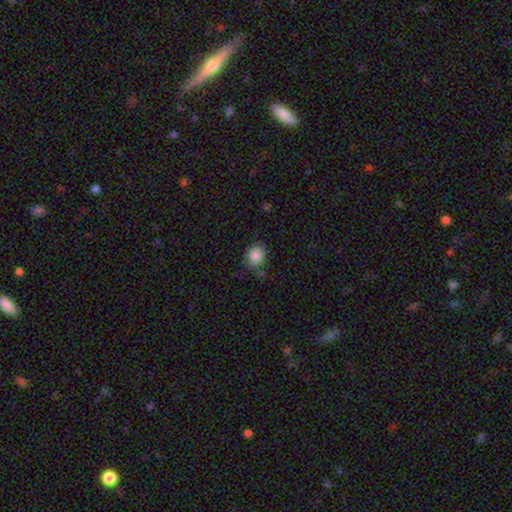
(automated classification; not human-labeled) Overall: smooth (87%). How rounded: round (62%; in between 38%). Merging: none (76%).